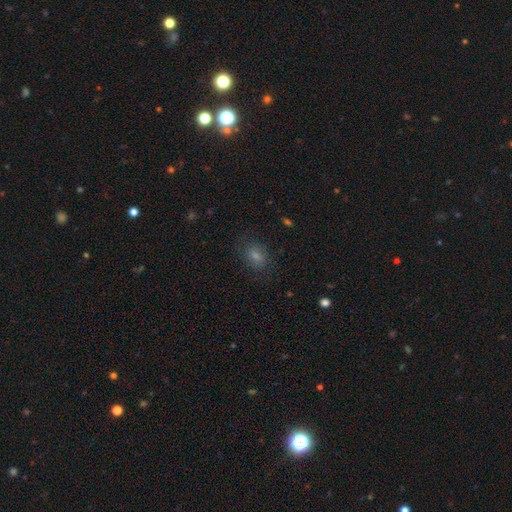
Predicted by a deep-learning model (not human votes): Overall: smooth (59%; star or artifact 27%). How rounded: in between (62%; round 36%). Merging: none (81%).